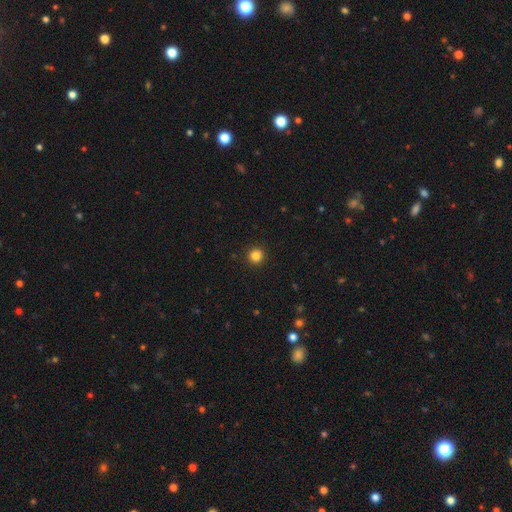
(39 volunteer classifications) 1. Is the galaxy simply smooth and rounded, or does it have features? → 90% smooth, 5% featured or disk, 5% star or artifact.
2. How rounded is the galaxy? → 100% round, 0% in between, 0% cigar-shaped.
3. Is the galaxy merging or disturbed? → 97% none, 3% minor disturbance, 0% major disturbance, 0% merger.